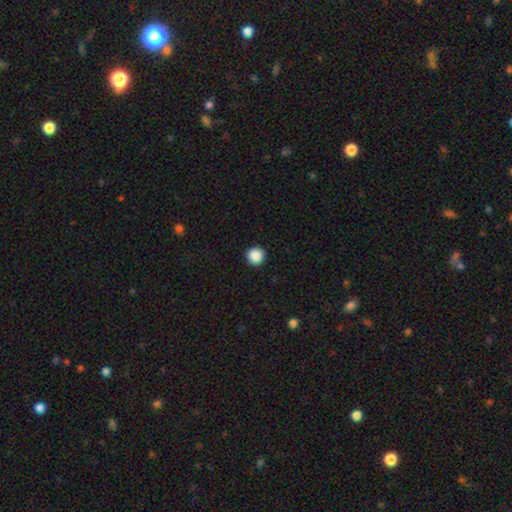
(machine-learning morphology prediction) smooth-or-featured: smooth: 88% | star or artifact: 9% | featured or disk: 2%
  how-rounded: round: 95% | in between: 4% | cigar-shaped: 1%
  merging: none: 93% | minor disturbance: 4% | major disturbance: 1% | merger: 1%